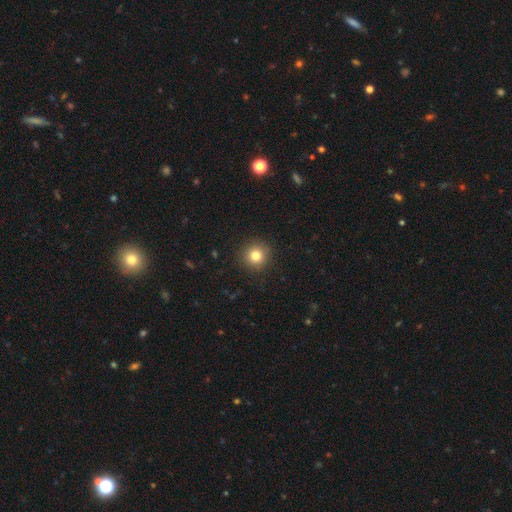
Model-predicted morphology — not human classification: This appears to be a smooth galaxy with no disk features (81%) that is round (94%). Merging: none (91%).